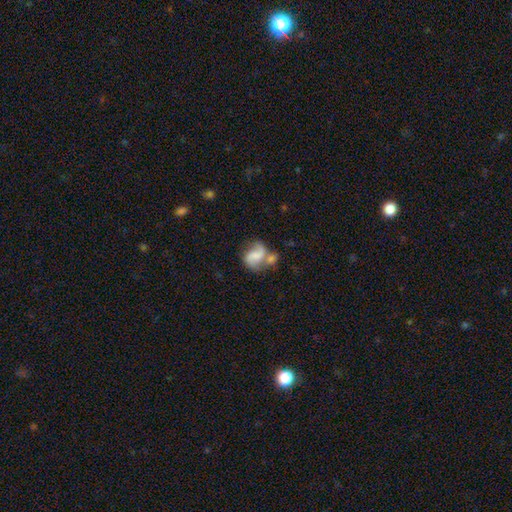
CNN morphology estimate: Q: Smooth or featured?
A: featured or disk (56%); runner-up: smooth (36%)
Q: Edge-on disk?
A: no (98%); runner-up: yes (2%)
Q: Bar?
A: no (50%); runner-up: weak (37%)
Q: Spiral arms?
A: yes (85%); runner-up: no (15%)
Q: Bulge size?
A: none (38%); runner-up: small (26%)
Q: Merging?
A: merger (40%); runner-up: none (31%)